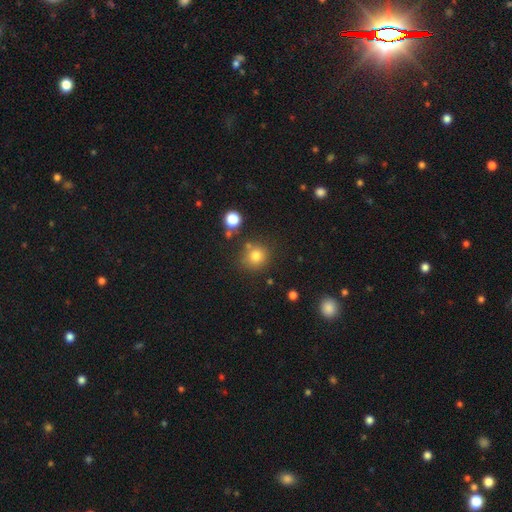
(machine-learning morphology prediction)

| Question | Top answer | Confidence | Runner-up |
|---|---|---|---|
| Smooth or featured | smooth | 79% | star or artifact (14%) |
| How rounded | round | 86% | in between (13%) |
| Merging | none | 72% | minor disturbance (13%) |